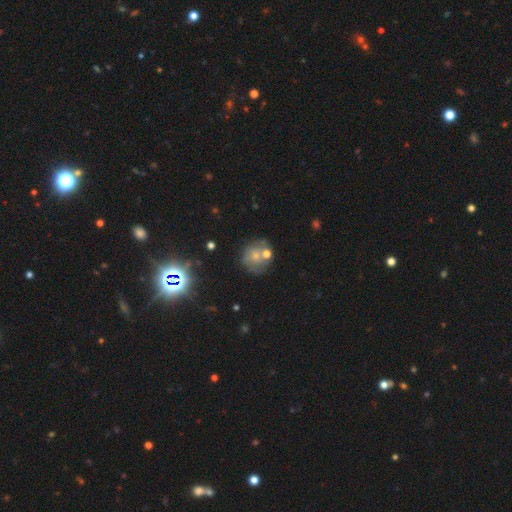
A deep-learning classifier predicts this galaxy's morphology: A smooth galaxy with no disk features (56%) that is round (82%). Merging: none (51%).